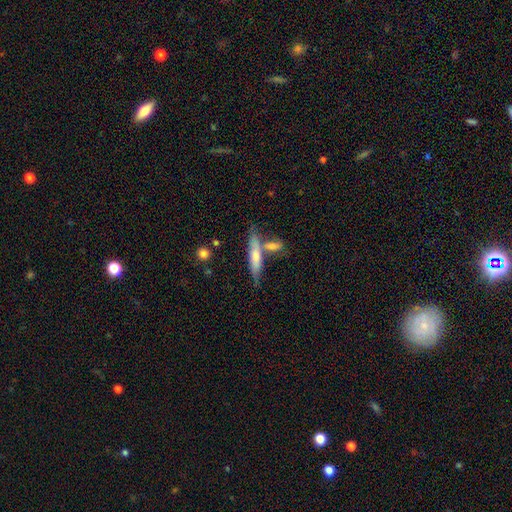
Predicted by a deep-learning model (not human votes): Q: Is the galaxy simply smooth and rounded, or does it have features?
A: smooth — 57%.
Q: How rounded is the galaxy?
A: cigar-shaped — 80%.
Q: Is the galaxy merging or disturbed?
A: none — 54%.